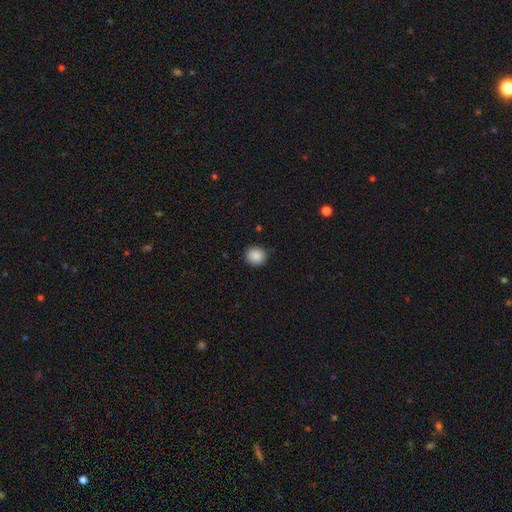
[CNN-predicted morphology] type=smooth (88%); roundness=round (86%); merging=none (89%).